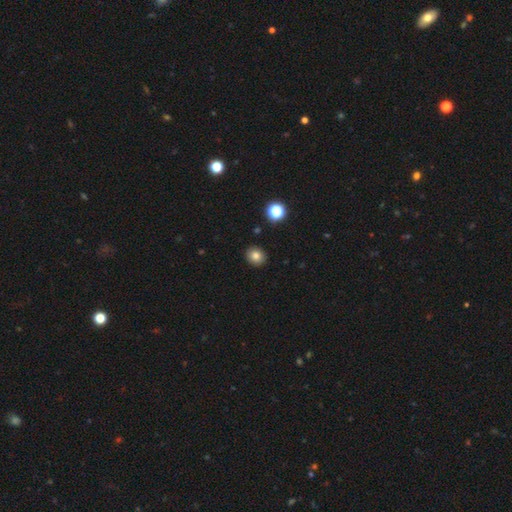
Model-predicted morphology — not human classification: This is clearly a smooth galaxy (81%). How rounded: clearly round (82%). Merging: clearly none (91%).